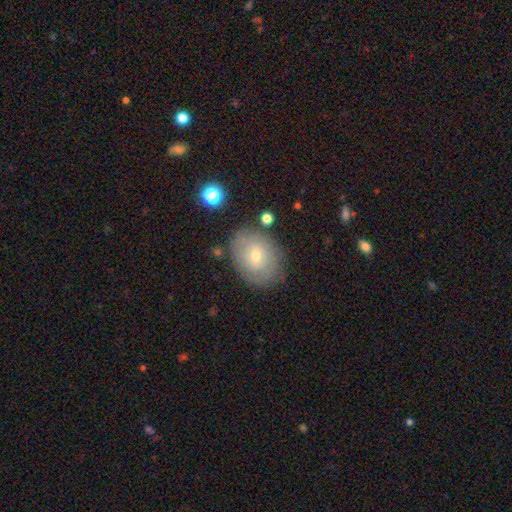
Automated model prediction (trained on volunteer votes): This appears to be a smooth galaxy with no disk features (50%). Merging: none (78%).